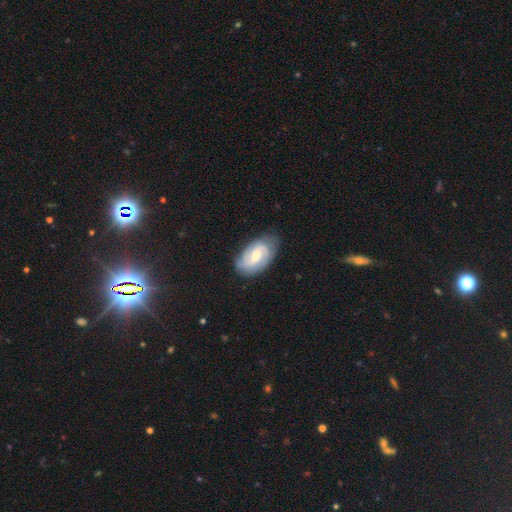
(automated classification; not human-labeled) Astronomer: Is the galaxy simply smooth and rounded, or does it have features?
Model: featured or disk — 70%.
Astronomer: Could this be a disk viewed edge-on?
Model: no — 96%.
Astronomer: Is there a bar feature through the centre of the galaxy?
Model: weak — 53% (runner-up: no, 35%).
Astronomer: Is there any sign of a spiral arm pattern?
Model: yes — 93%.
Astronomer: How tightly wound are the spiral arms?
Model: medium — 44% (runner-up: tight, 31%).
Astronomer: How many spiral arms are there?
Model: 2 — 59%.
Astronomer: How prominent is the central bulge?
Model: moderate — 47% (runner-up: small, 46%).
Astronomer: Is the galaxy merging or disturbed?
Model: none — 75%.